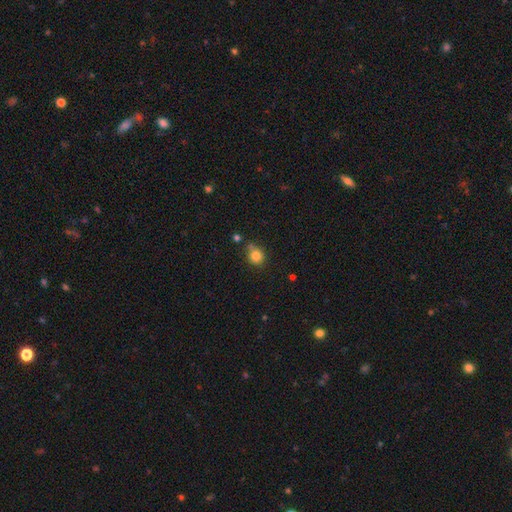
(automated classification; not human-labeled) Smooth or featured? smooth (83%)
How rounded? round (76%)
Merging? none (64%)